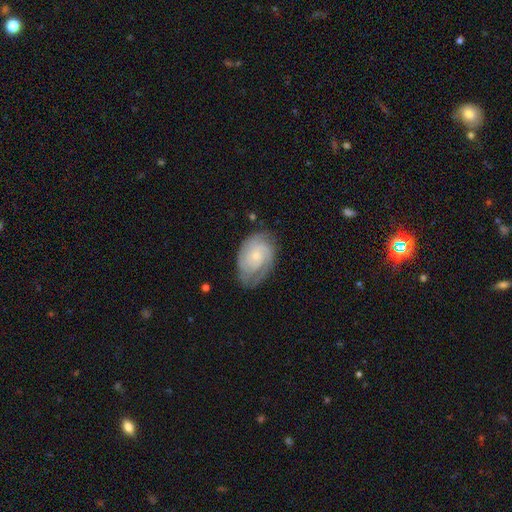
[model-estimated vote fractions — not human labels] The model was most divided on "spiral arm count": 2: 41%, can't tell: 26%, 3: 19%, 1: 6%, 4: 5%, more than 4: 4%. More confident: edge-on disk — no (97%); spiral arms — yes (95%); smooth or featured — featured or disk (78%); bar — no (71%); merging — none (69%); bulge size — small (67%); spiral winding — tight (64%).